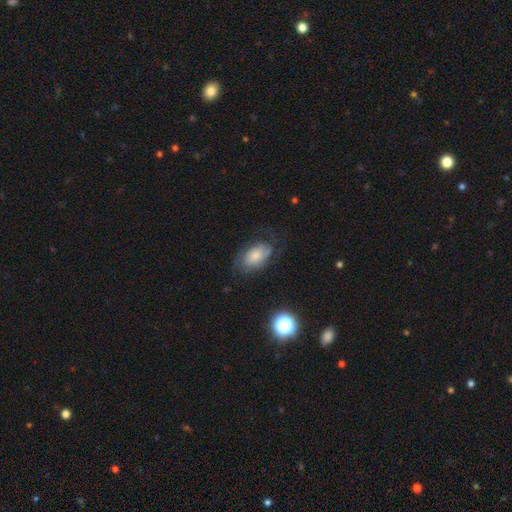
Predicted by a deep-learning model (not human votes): Smooth or featured?
  - smooth: 57% *
  - featured or disk: 34%
  - star or artifact: 9%
How rounded?
  - in between: 91% *
  - round: 7%
  - cigar-shaped: 2%
Merging?
  - none: 55% *
  - minor disturbance: 25%
  - major disturbance: 18%
  - merger: 2%